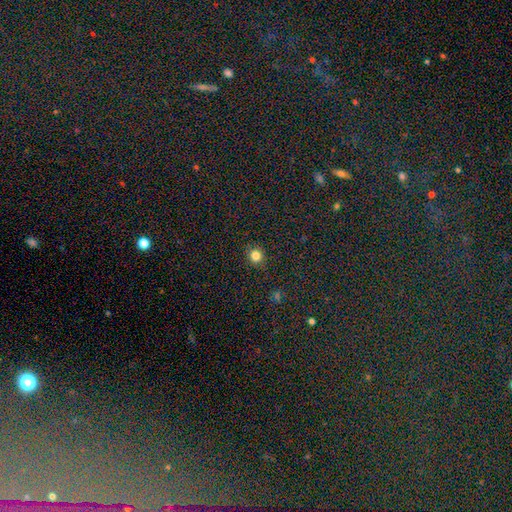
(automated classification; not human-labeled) This appears to be a smooth galaxy with no disk features (81%) that is round (90%). Merging: none (89%).